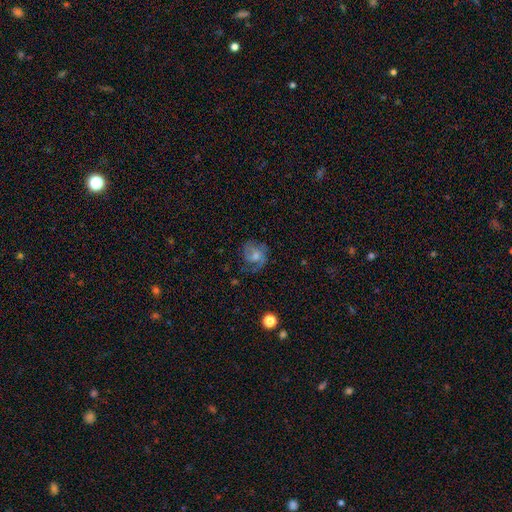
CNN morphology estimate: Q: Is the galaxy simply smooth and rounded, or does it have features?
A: featured or disk — 54%.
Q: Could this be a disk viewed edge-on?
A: no — 97%.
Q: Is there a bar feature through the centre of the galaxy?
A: no — 64%.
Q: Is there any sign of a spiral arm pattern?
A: yes — 83%.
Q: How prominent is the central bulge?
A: moderate — 47%.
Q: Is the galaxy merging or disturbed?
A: none — 57%.